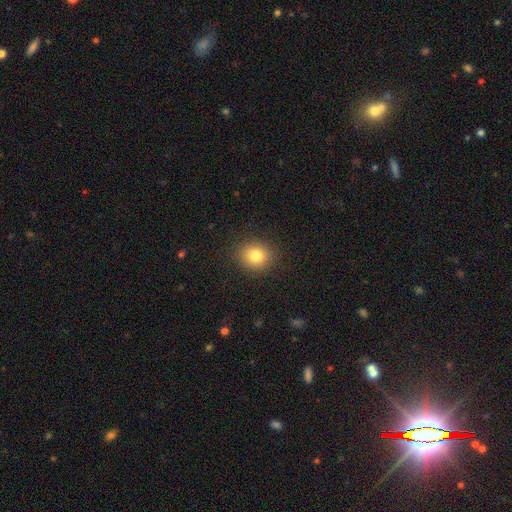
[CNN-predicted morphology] Smooth or featured? smooth (81%)
How rounded? round (79%)
Merging? none (89%)